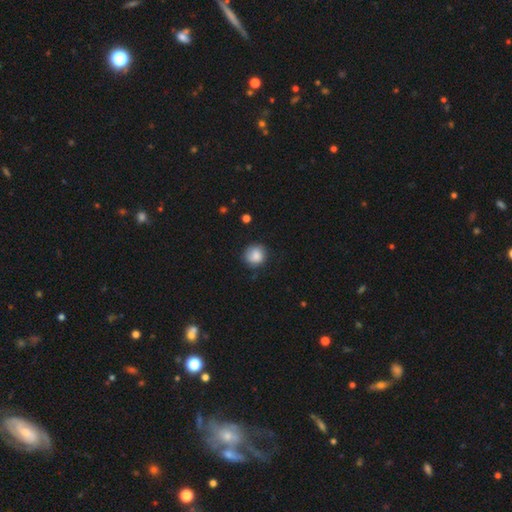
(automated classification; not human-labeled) A smooth galaxy with no disk features (85%) that is round (86%). Merging: none (77%).